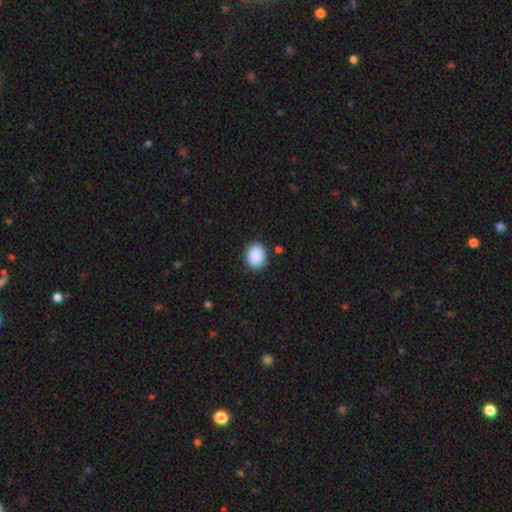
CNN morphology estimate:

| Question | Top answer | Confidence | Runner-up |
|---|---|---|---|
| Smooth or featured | smooth | 89% | star or artifact (7%) |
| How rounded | round | 53% | in between (47%) |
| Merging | none | 86% | minor disturbance (10%) |